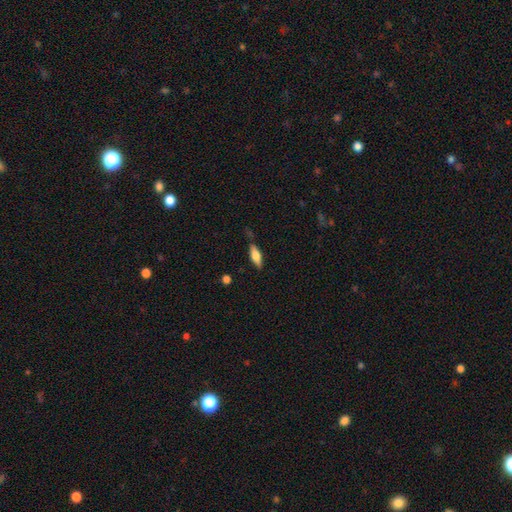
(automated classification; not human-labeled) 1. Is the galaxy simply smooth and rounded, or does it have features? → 63% smooth, 31% featured or disk, 7% star or artifact.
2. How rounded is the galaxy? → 61% in between, 37% cigar-shaped, 3% round.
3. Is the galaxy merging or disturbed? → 76% none, 17% minor disturbance, 4% major disturbance, 3% merger.